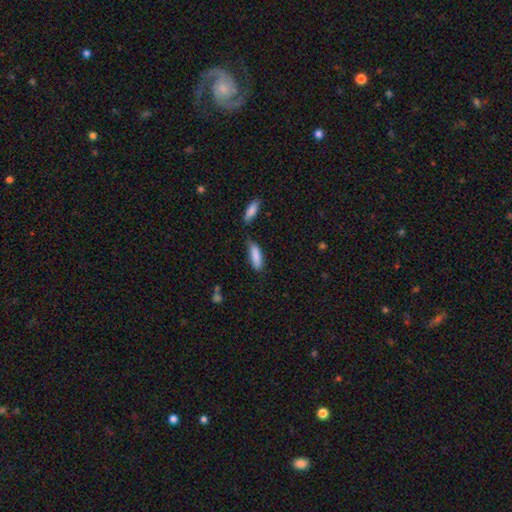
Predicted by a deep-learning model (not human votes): Smooth or featured: smooth — 87% (featured or disk — 7%)
How rounded: in between — 52% (cigar-shaped — 46%)
Merging: none — 57% (minor disturbance — 26%)